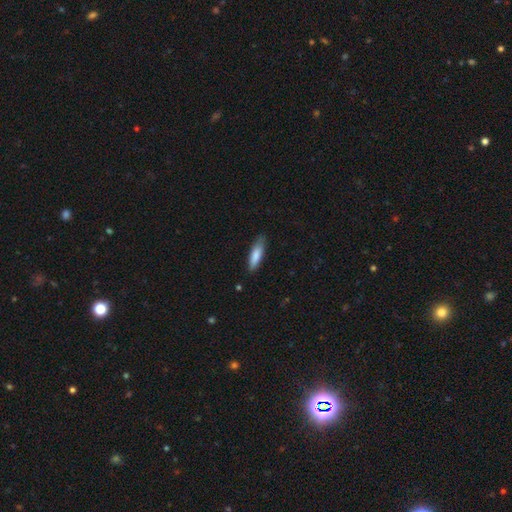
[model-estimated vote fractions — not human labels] Smooth or featured?
  - smooth: 82% *
  - featured or disk: 12%
  - star or artifact: 6%
How rounded?
  - cigar-shaped: 59% *
  - in between: 40%
  - round: 1%
Merging?
  - none: 79% *
  - minor disturbance: 17%
  - major disturbance: 3%
  - merger: 1%